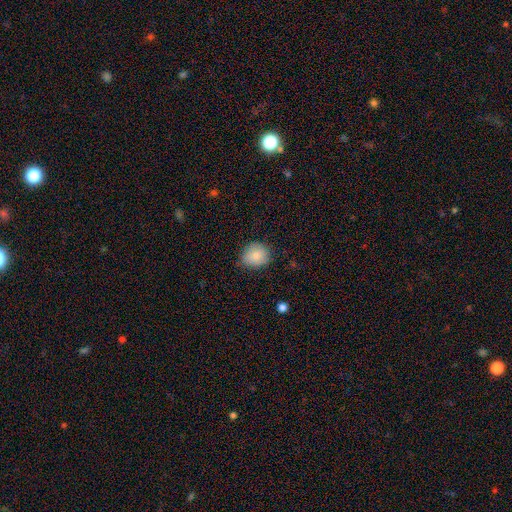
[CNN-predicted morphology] A smooth galaxy with no disk features (86%) that is round (72%). Merging: none (75%).